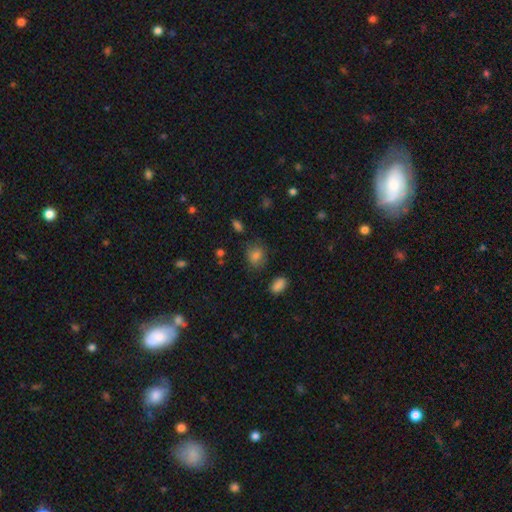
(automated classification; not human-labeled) A smooth galaxy with no disk features (80%) that is round (55%).

Vote fractions:
- Smooth or featured? smooth: 80% / star or artifact: 12% / featured or disk: 8%
- How rounded? round: 55% / in between: 44% / cigar-shaped: 1%
- Merging? none: 74% / minor disturbance: 18% / major disturbance: 6% / merger: 3%